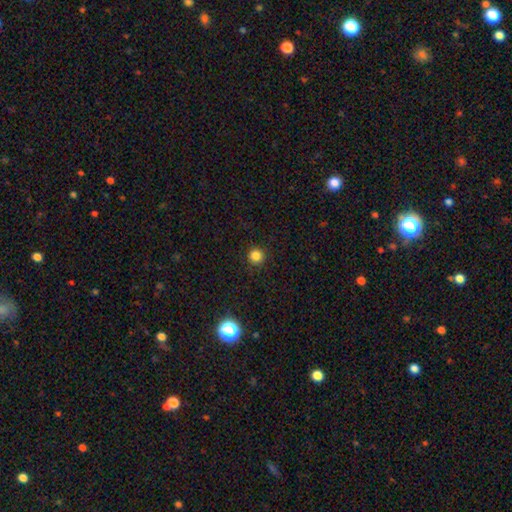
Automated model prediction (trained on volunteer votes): This appears to be a smooth galaxy with no disk features (83%) that is round (96%). Merging: none (92%).